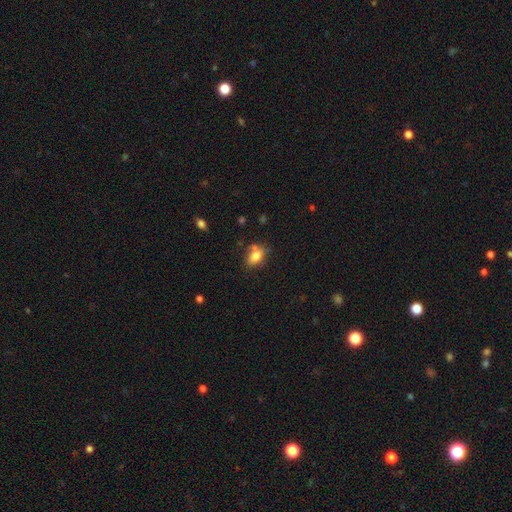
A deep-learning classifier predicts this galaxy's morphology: This is clearly a smooth galaxy (80%). How rounded: clearly in between (82%). Merging: likely none (61%).